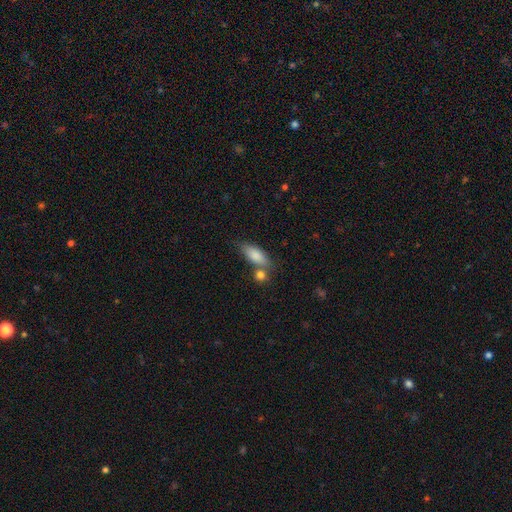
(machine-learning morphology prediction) A smooth galaxy with no disk features (83%) that is in between round and cigar-shaped (76%).

Vote fractions:
- Smooth or featured? smooth: 83% / featured or disk: 11% / star or artifact: 7%
- How rounded? in between: 76% / cigar-shaped: 21% / round: 4%
- Merging? none: 57% / merger: 22% / minor disturbance: 16% / major disturbance: 5%